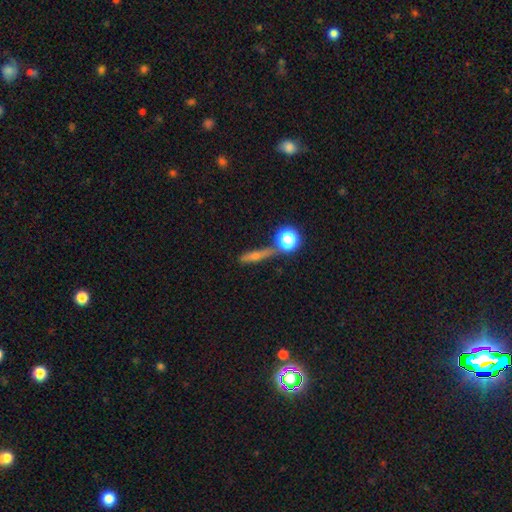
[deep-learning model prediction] A featured or disk galaxy (41%).

Vote fractions:
- Smooth or featured? featured or disk: 41% / smooth: 40% / star or artifact: 20%
- Merging? none: 70% / minor disturbance: 13% / merger: 11% / major disturbance: 6%